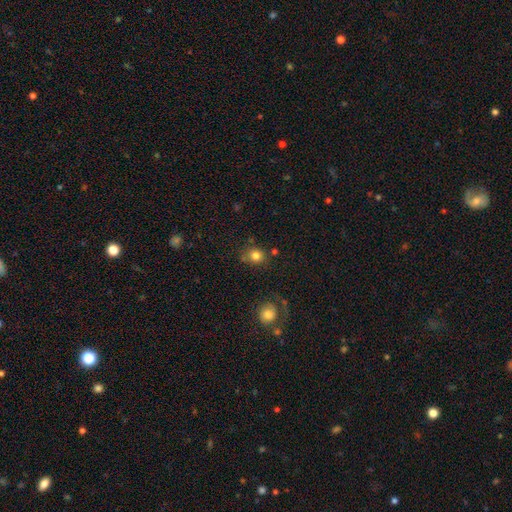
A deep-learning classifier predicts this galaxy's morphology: This appears to be a smooth galaxy with no disk features (81%) that is round (75%). Merging: none (72%).